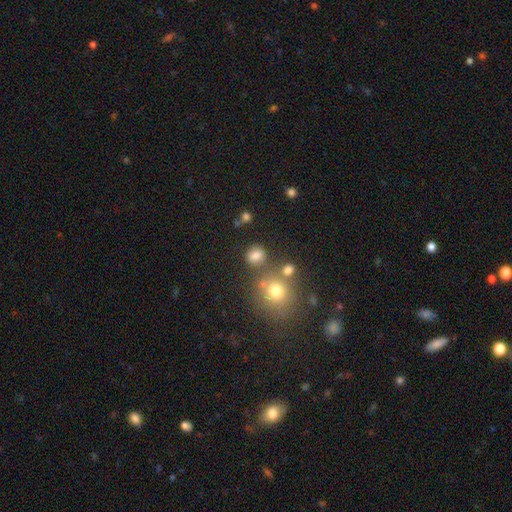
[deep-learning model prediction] Smooth or featured?
  - smooth: 77% *
  - star or artifact: 16%
  - featured or disk: 8%
How rounded?
  - round: 59% *
  - in between: 39%
  - cigar-shaped: 1%
Merging?
  - none: 69% *
  - minor disturbance: 14%
  - merger: 12%
  - major disturbance: 6%